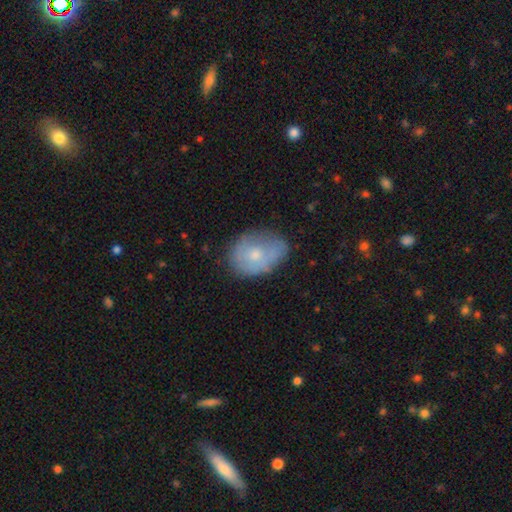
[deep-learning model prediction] This is possibly a smooth galaxy (58%). How rounded: likely in between (66%). Merging: possibly none (53%).